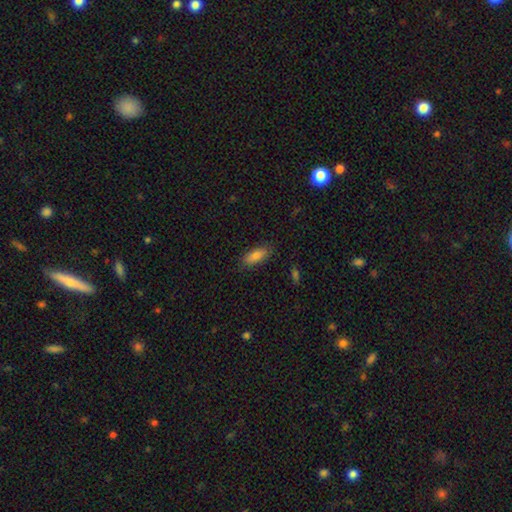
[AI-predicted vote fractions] smooth_or_featured: smooth (p=0.85) [alt: featured or disk p=0.08]
how_rounded: in between (p=0.75) [alt: cigar-shaped p=0.23]
merging: none (p=0.85) [alt: minor disturbance p=0.12]